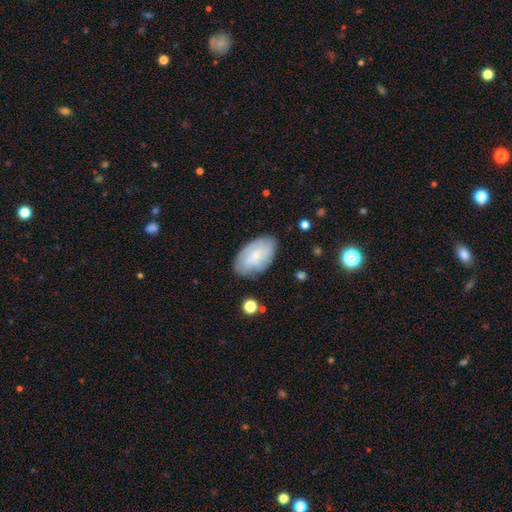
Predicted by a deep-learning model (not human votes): A smooth galaxy with no disk features (60%) that is in between round and cigar-shaped (94%). Merging: none (76%).